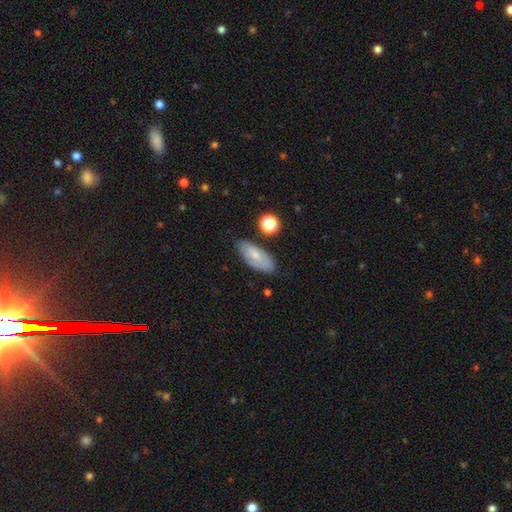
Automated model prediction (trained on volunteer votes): Morphology: type=smooth (65%); roundness=in between (84%); merging=none (74%).